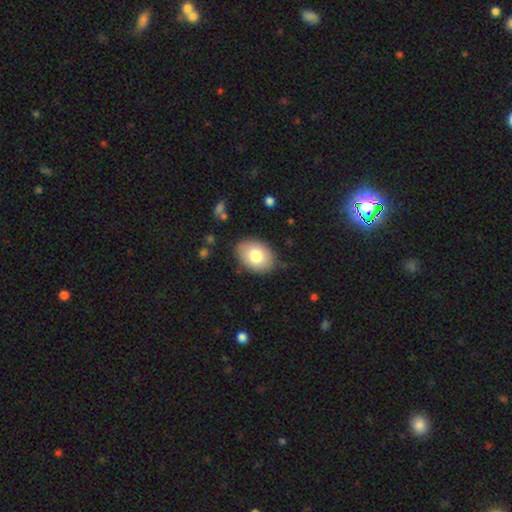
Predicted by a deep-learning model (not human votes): Morphology: type=smooth (79%); roundness=in between (78%); merging=none (82%).